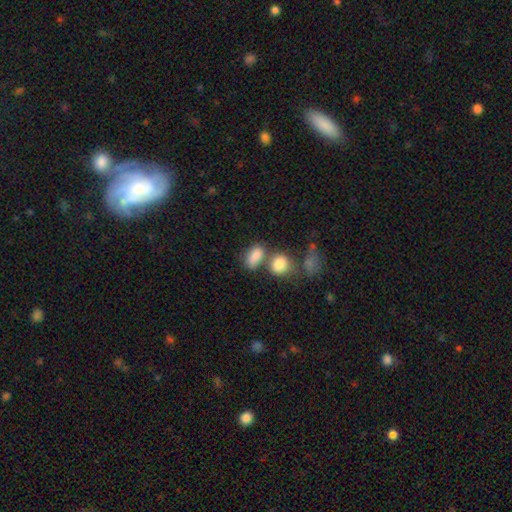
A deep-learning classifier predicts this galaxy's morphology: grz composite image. It shows a smooth galaxy with no disk features (84%) that is in between round and cigar-shaped (84%). Merging: none (43%).